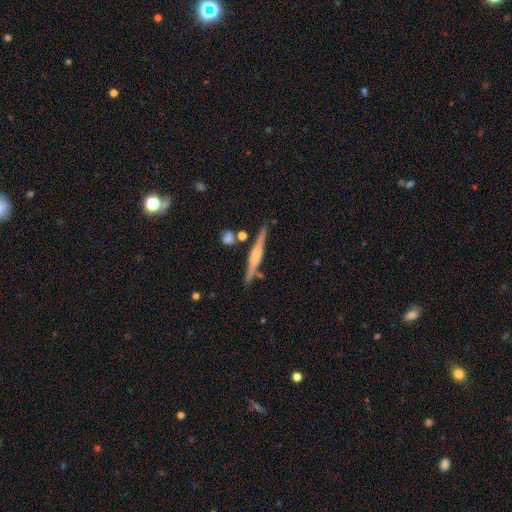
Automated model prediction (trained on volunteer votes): Overall: featured or disk (64%; smooth 30%). Edge-on disk: yes (97%). Edge-on bulge: rounded (56%; boxy 26%). Merging: none (82%).